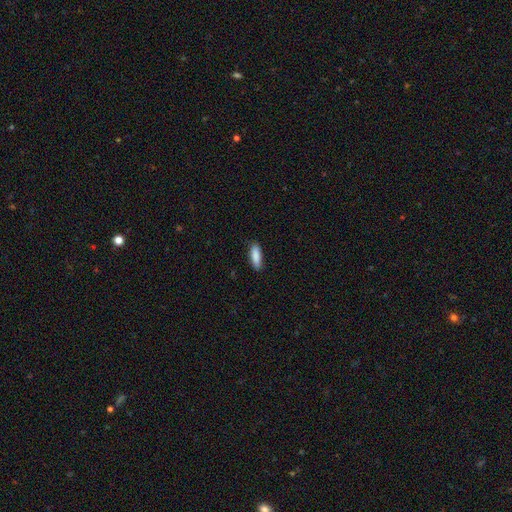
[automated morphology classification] smooth_or_featured: smooth (p=0.88) [alt: star or artifact p=0.06]
how_rounded: in between (p=0.54) [alt: cigar-shaped p=0.44]
merging: none (p=0.85) [alt: minor disturbance p=0.11]